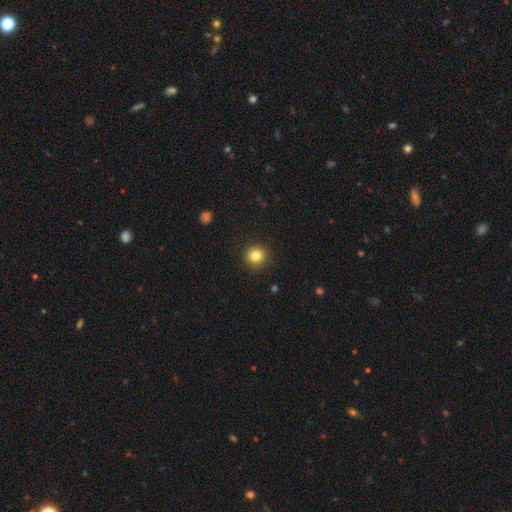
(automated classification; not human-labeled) Overall: smooth (82%). How rounded: round (94%). Merging: none (91%).